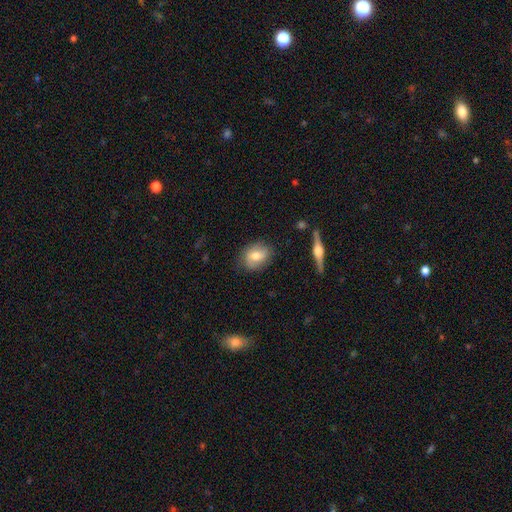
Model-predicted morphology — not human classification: A smooth galaxy with no disk features (63%) that is in between round and cigar-shaped (58%).

Vote fractions:
- Smooth or featured? smooth: 63% / featured or disk: 29% / star or artifact: 8%
- How rounded? in between: 58% / round: 40% / cigar-shaped: 2%
- Merging? none: 78% / minor disturbance: 16% / major disturbance: 4% / merger: 2%